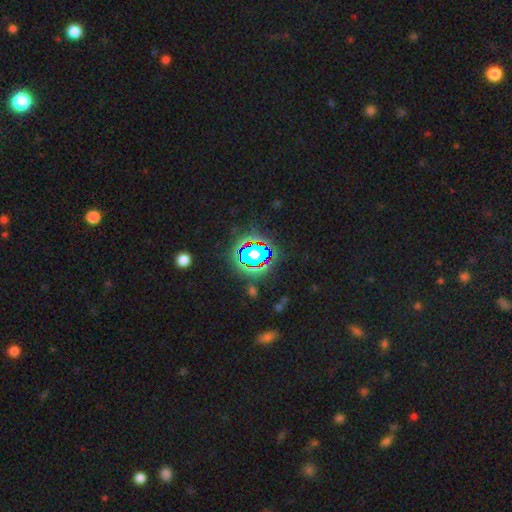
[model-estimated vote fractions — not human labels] Smooth or featured?
  - star or artifact: 80% *
  - smooth: 13%
  - featured or disk: 7%